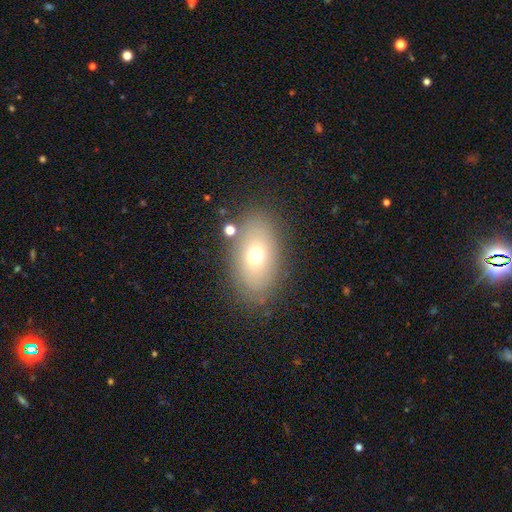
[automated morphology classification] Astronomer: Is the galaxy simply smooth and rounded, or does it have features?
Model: smooth — 66%.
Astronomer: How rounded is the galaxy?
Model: in between — 86%.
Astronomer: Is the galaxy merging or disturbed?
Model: none — 79%.